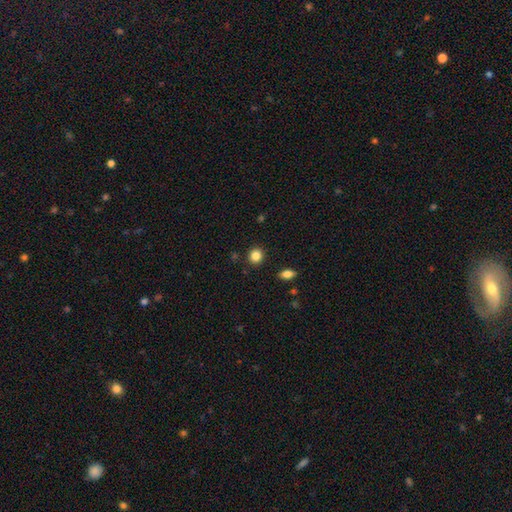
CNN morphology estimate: smooth-or-featured: smooth: 85% | star or artifact: 10% | featured or disk: 4%
  how-rounded: round: 87% | in between: 12% | cigar-shaped: 1%
  merging: none: 90% | minor disturbance: 6% | merger: 2% | major disturbance: 2%